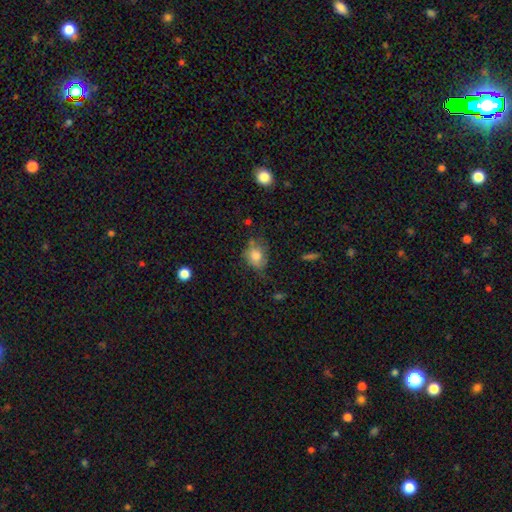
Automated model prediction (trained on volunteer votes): smooth-or-featured: smooth: 69% | featured or disk: 21% | star or artifact: 10%
  how-rounded: in between: 56% | round: 43% | cigar-shaped: 1%
  merging: none: 49% | minor disturbance: 32% | major disturbance: 15% | merger: 4%